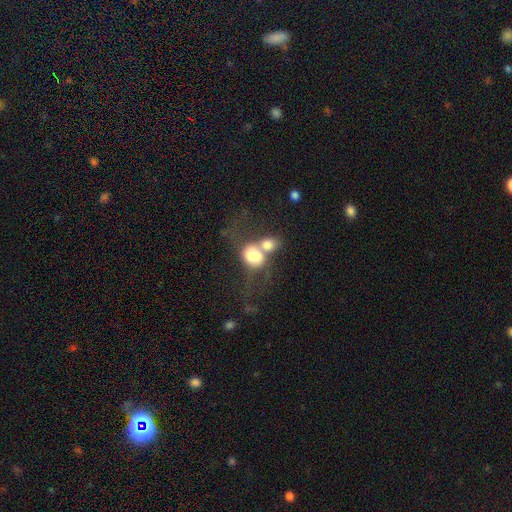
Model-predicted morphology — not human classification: smooth-or-featured: smooth: 68% | featured or disk: 22% | star or artifact: 10%
  how-rounded: in between: 55% | round: 44% | cigar-shaped: 1%
  merging: merger: 67% | none: 14% | major disturbance: 11% | minor disturbance: 7%